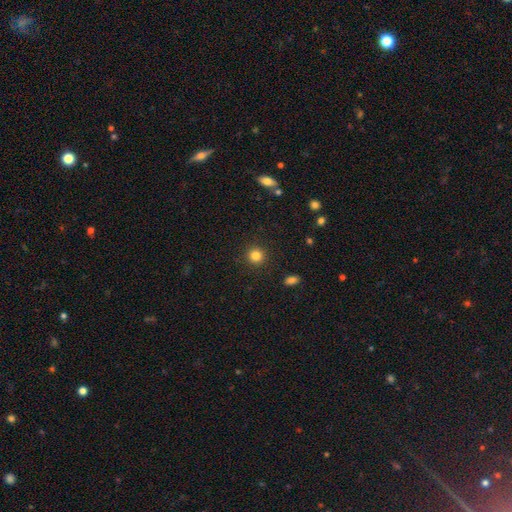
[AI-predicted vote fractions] Smooth or featured?
  - smooth: 83% *
  - star or artifact: 12%
  - featured or disk: 5%
How rounded?
  - round: 94% *
  - in between: 5%
  - cigar-shaped: 1%
Merging?
  - none: 92% *
  - minor disturbance: 5%
  - major disturbance: 2%
  - merger: 1%